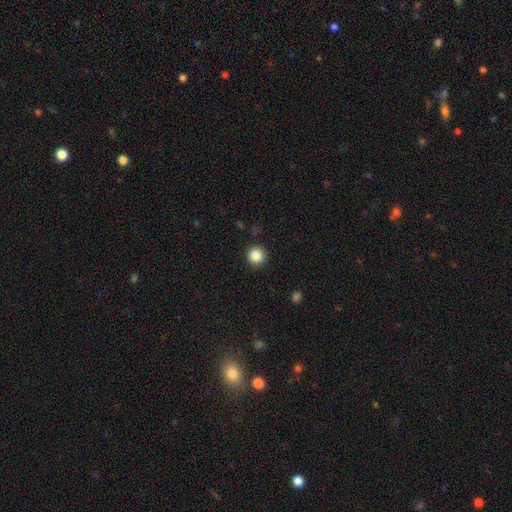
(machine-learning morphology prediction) A smooth galaxy with no disk features (86%) that is round (95%).

Vote fractions:
- Smooth or featured? smooth: 86% / star or artifact: 10% / featured or disk: 4%
- How rounded? round: 95% / in between: 4% / cigar-shaped: 1%
- Merging? none: 92% / minor disturbance: 5% / major disturbance: 2% / merger: 1%